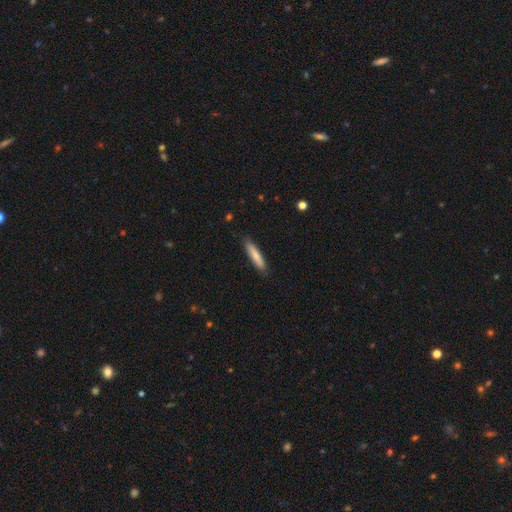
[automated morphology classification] A smooth galaxy with no disk features (80%) that is cigar-shaped (88%).

Vote fractions:
- Smooth or featured? smooth: 80% / featured or disk: 14% / star or artifact: 6%
- How rounded? cigar-shaped: 88% / in between: 11% / round: 1%
- Merging? none: 89% / minor disturbance: 8% / major disturbance: 2% / merger: 1%